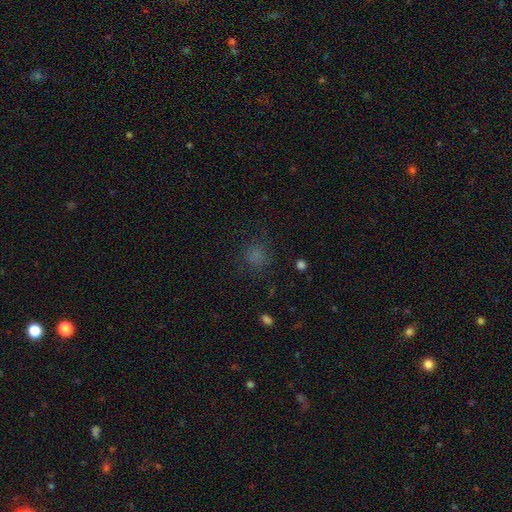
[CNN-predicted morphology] smooth 75%, star or artifact 19%, featured or disk 7%. Down the decision tree: how rounded — round (85%); merging — none (77%).